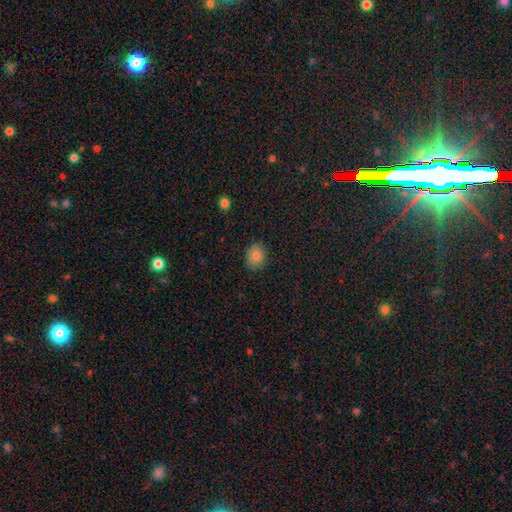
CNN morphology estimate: Smooth or featured: smooth — 81% (star or artifact — 11%)
How rounded: round — 59% (in between — 40%)
Merging: none — 85% (minor disturbance — 11%)